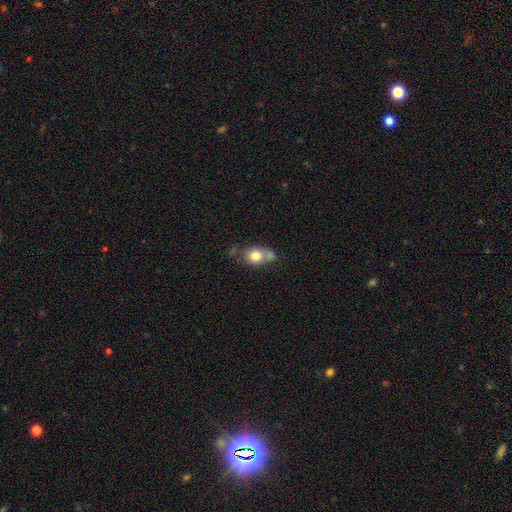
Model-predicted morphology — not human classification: This is likely a smooth galaxy (74%). How rounded: possibly in between (58%). Merging: marginally none (40%).